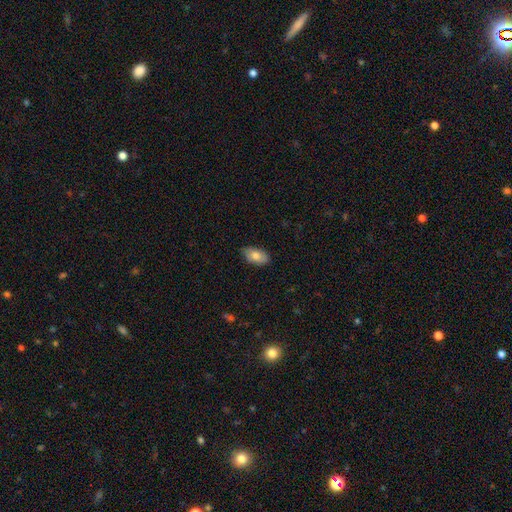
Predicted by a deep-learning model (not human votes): smooth-or-featured: smooth: 78% | featured or disk: 16% | star or artifact: 7%
  how-rounded: in between: 93% | round: 5% | cigar-shaped: 3%
  merging: none: 79% | minor disturbance: 18% | major disturbance: 2% | merger: 1%